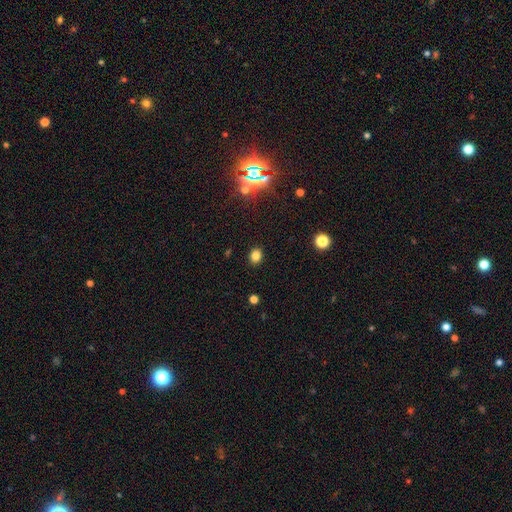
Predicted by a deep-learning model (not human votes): Smooth or featured?
  - smooth: 81% *
  - star or artifact: 14%
  - featured or disk: 5%
How rounded?
  - round: 53% *
  - in between: 46%
  - cigar-shaped: 1%
Merging?
  - none: 90% *
  - minor disturbance: 7%
  - major disturbance: 2%
  - merger: 1%